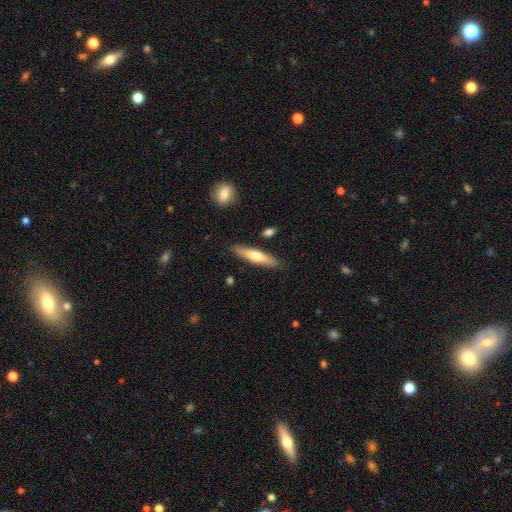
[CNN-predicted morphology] A smooth galaxy with no disk features (56%) that is cigar-shaped (82%). Merging: none (86%).